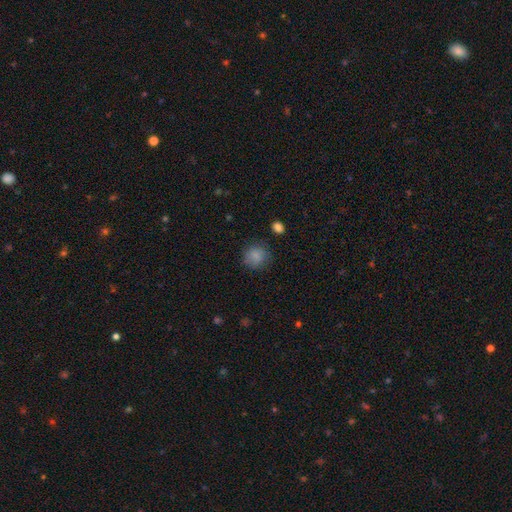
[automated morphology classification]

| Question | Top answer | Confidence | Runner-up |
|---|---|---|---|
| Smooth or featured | smooth | 85% | star or artifact (10%) |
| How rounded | round | 86% | in between (13%) |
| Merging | none | 82% | minor disturbance (13%) |